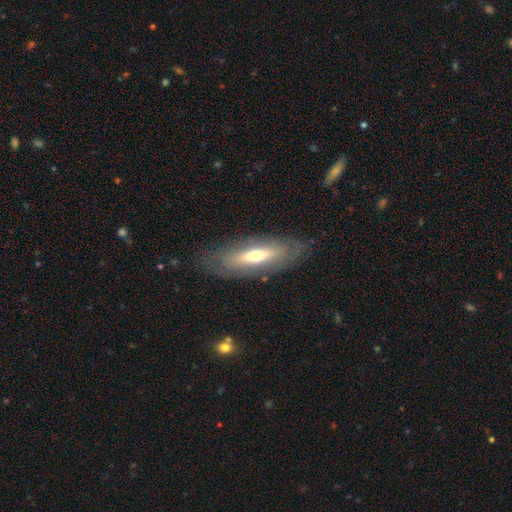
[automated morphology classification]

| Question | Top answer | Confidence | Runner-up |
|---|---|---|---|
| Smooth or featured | featured or disk | 47% | tied: smooth (47%) |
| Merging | none | 80% | minor disturbance (13%) |